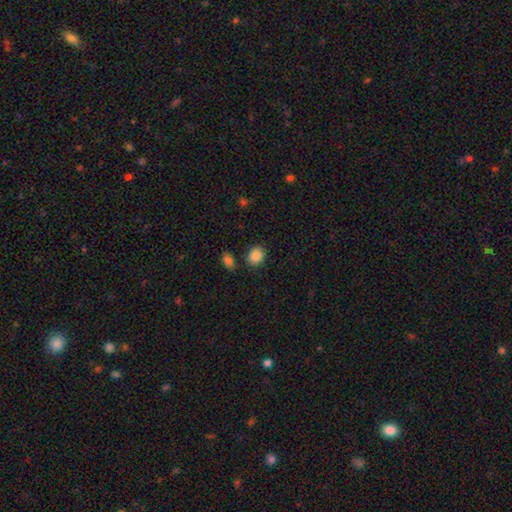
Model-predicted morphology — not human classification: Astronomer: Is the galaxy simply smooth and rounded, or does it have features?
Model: smooth — 86%.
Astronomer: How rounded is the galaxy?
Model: in between — 56% (runner-up: round, 43%).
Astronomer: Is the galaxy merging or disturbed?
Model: none — 81%.